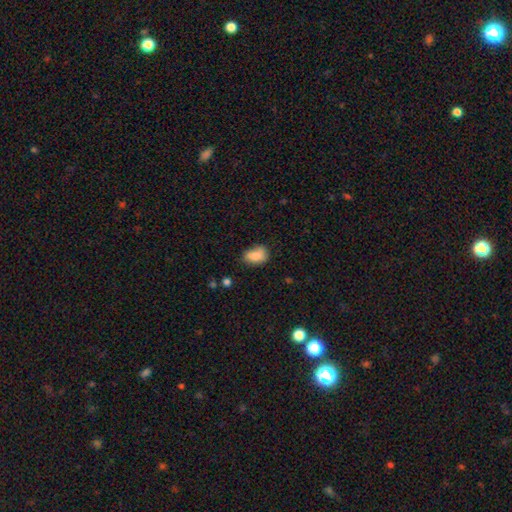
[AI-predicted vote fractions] A smooth galaxy with no disk features (83%) that is in between round and cigar-shaped (80%).

Vote fractions:
- Smooth or featured? smooth: 83% / featured or disk: 9% / star or artifact: 9%
- How rounded? in between: 80% / round: 18% / cigar-shaped: 2%
- Merging? none: 60% / minor disturbance: 30% / major disturbance: 6% / merger: 3%